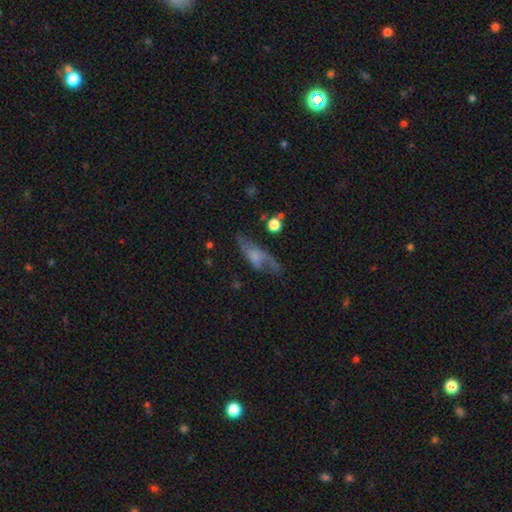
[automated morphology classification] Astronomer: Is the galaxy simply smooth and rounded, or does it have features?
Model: featured or disk — 46% (runner-up: smooth, 43%).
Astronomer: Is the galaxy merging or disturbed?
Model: none — 45% (runner-up: minor disturbance, 26%).